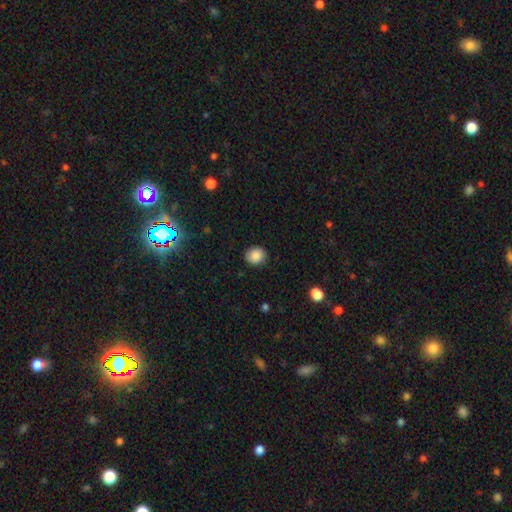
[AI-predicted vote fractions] Smooth or featured: smooth — 87% (star or artifact — 9%)
How rounded: round — 79% (in between — 20%)
Merging: none — 87% (minor disturbance — 9%)